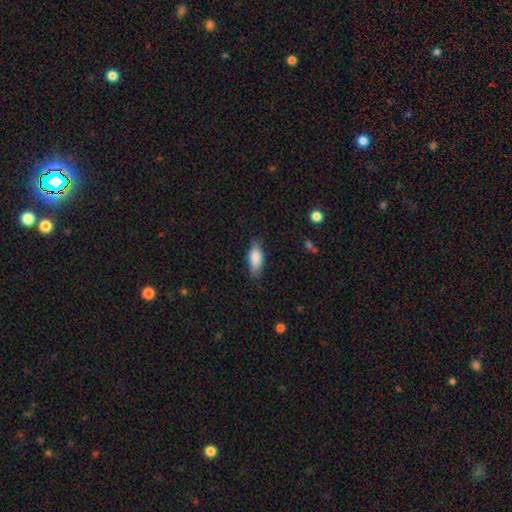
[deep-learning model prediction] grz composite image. It shows a smooth galaxy with no disk features (85%) that is in between round and cigar-shaped (76%). Merging: none (82%).